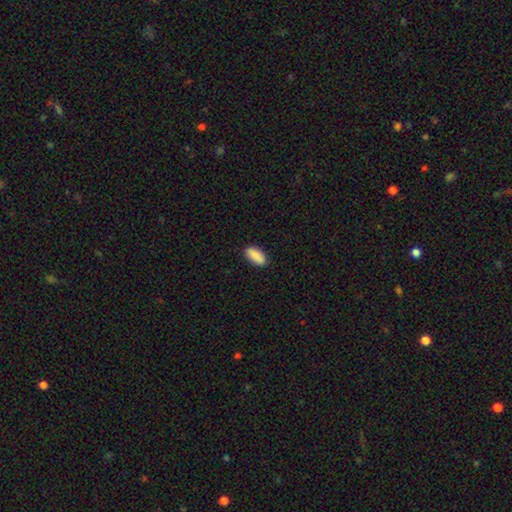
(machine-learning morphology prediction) Smooth or featured? smooth (88%)
How rounded? in between (87%)
Merging? none (88%)